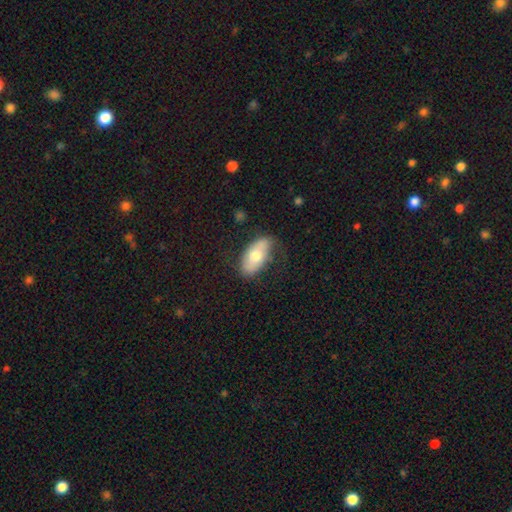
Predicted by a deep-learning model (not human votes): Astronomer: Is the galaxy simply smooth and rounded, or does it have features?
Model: smooth — 62%.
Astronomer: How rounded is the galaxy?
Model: in between — 92%.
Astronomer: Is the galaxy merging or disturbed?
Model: none — 70%.